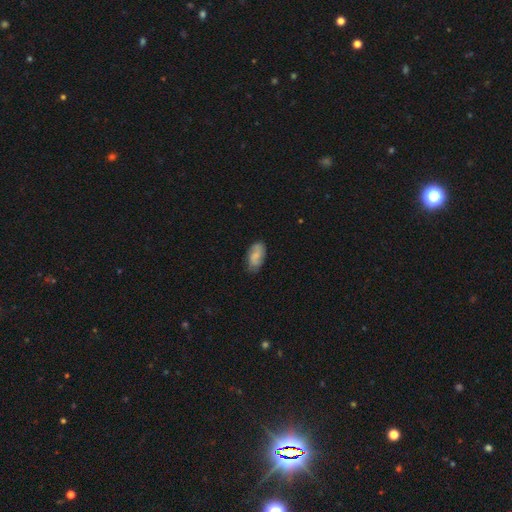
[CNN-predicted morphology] This appears to be a smooth galaxy with no disk features (64%) that is in between round and cigar-shaped (92%). Merging: none (76%).